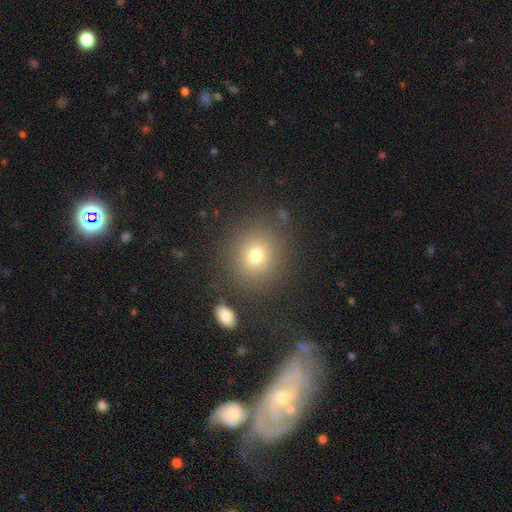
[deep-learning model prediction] smooth-or-featured: smooth: 74% | star or artifact: 16% | featured or disk: 10%
  how-rounded: round: 84% | in between: 15% | cigar-shaped: 1%
  merging: none: 85% | minor disturbance: 8% | major disturbance: 4% | merger: 3%